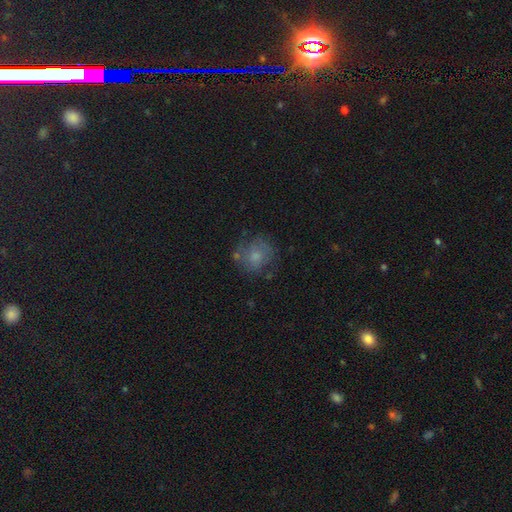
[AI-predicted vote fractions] A smooth galaxy with no disk features (61%) that is round (81%).

Vote fractions:
- Smooth or featured? smooth: 61% / featured or disk: 27% / star or artifact: 11%
- How rounded? round: 81% / in between: 18% / cigar-shaped: 1%
- Merging? none: 61% / minor disturbance: 22% / major disturbance: 12% / merger: 6%